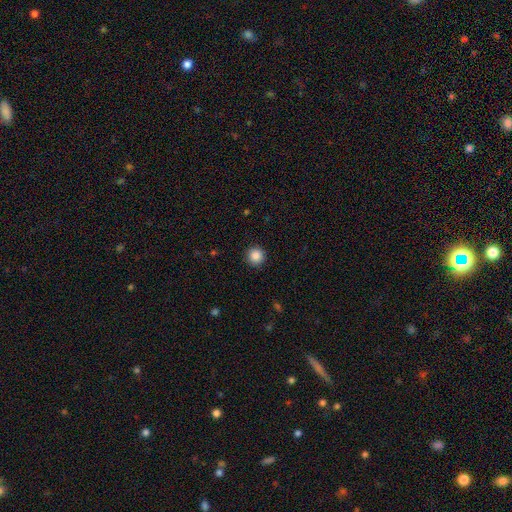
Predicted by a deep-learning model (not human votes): Morphology: type=smooth (87%); roundness=round (95%); merging=none (92%).